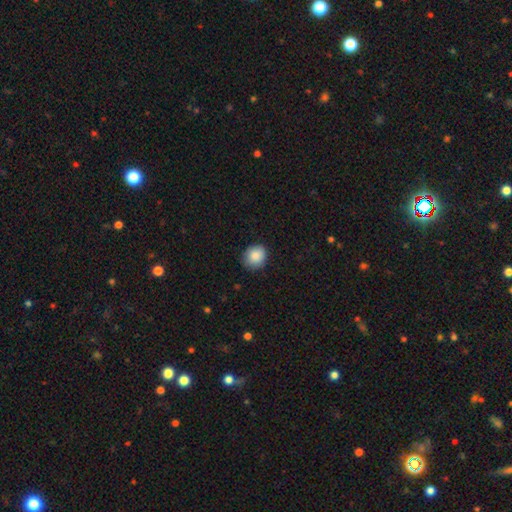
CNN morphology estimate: The model was most divided on "how rounded": round: 75%, in between: 24%, cigar-shaped: 1%. More confident: smooth or featured — smooth (87%); merging — none (82%).